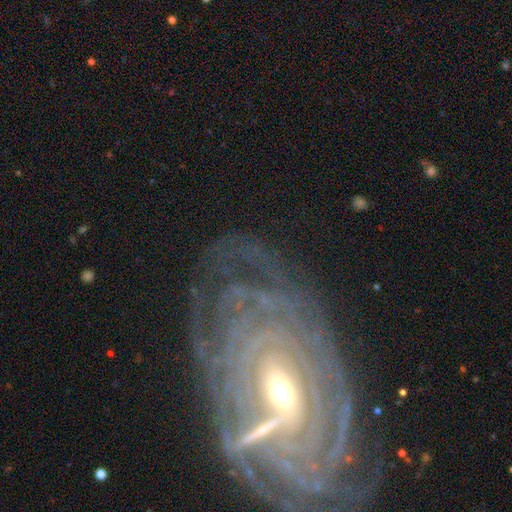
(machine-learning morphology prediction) featured or disk 84%, star or artifact 9%, smooth 7%. Down the decision tree: edge-on disk — no (93%); bar — weak (36%); spiral arms — yes (91%); spiral arm count — can't tell (37%); spiral winding — tight (80%); bulge size — moderate (49%); merging — none (69%).